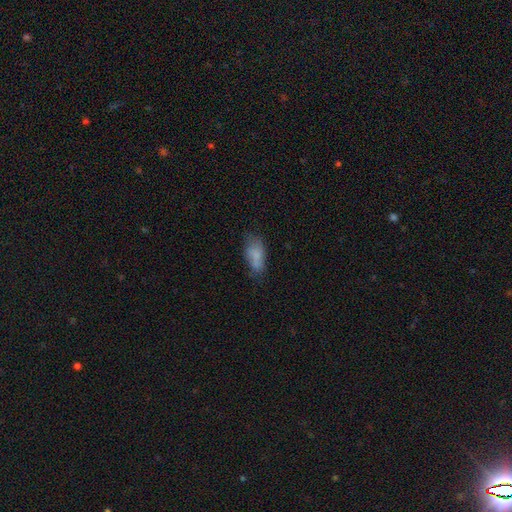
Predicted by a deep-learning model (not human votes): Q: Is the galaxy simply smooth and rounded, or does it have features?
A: smooth — 74%.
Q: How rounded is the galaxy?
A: in between — 85%.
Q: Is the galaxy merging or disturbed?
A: none — 54%.